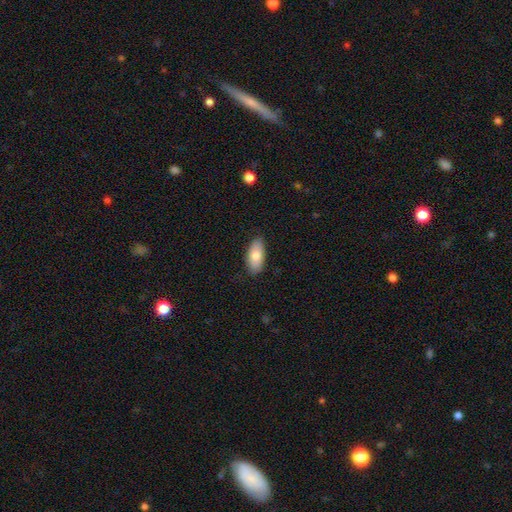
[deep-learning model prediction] Smooth or featured? Predicted: smooth (p=0.80). How rounded? Predicted: in between (p=0.90). Merging? Predicted: none (p=0.85).